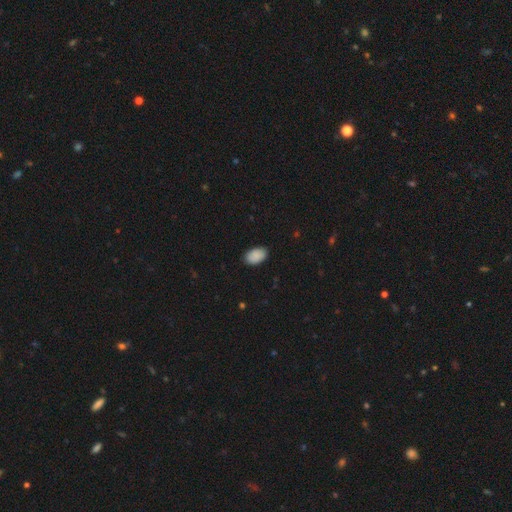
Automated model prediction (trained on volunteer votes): smooth_or_featured: smooth (p=0.90) [alt: star or artifact p=0.07]
how_rounded: in between (p=0.93) [alt: round p=0.06]
merging: none (p=0.87) [alt: minor disturbance p=0.10]